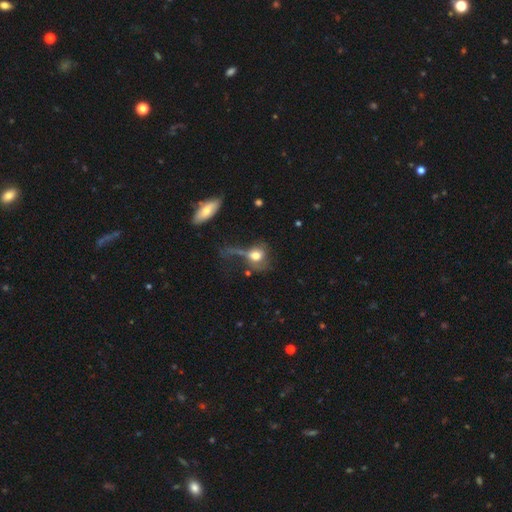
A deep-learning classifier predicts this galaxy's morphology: This appears to be a smooth galaxy with no disk features (65%) that is round (53%). Merging: major disturbance (45%).